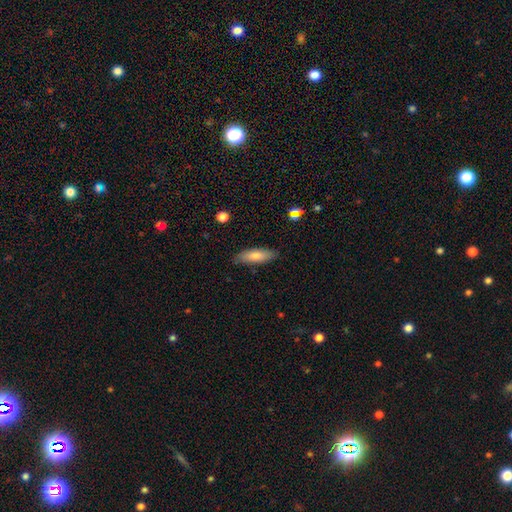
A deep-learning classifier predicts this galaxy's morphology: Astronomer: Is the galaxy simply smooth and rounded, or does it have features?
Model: smooth — 79%.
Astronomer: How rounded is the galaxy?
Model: cigar-shaped — 49%, tied with in between at 49%.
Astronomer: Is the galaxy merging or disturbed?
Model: none — 85%.